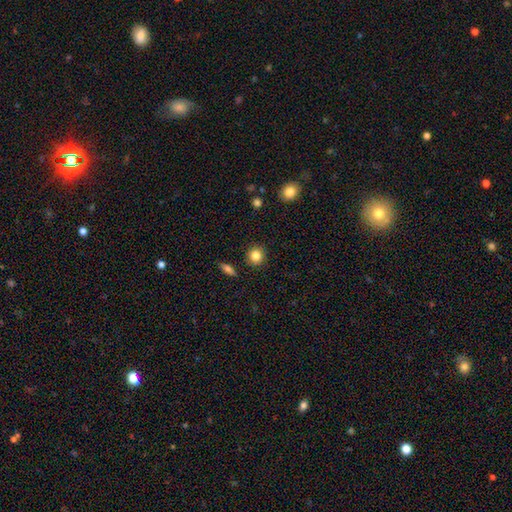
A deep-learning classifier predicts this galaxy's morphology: This appears to be a smooth galaxy with no disk features (84%) that is round (88%). Merging: none (91%).